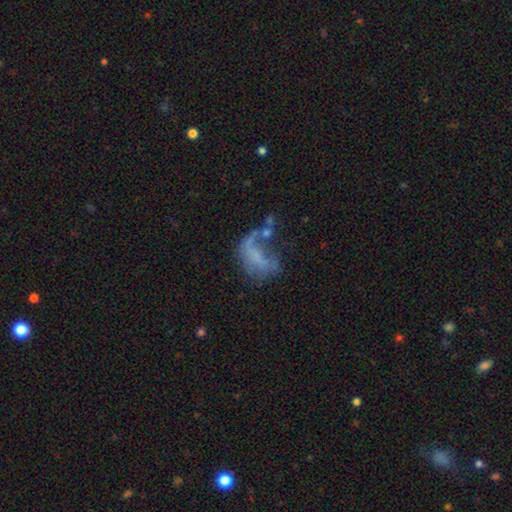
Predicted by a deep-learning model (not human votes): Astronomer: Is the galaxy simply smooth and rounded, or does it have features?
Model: featured or disk — 52% (runner-up: smooth, 33%).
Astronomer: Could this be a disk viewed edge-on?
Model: no — 96%.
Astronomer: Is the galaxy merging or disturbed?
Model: major disturbance — 48%.